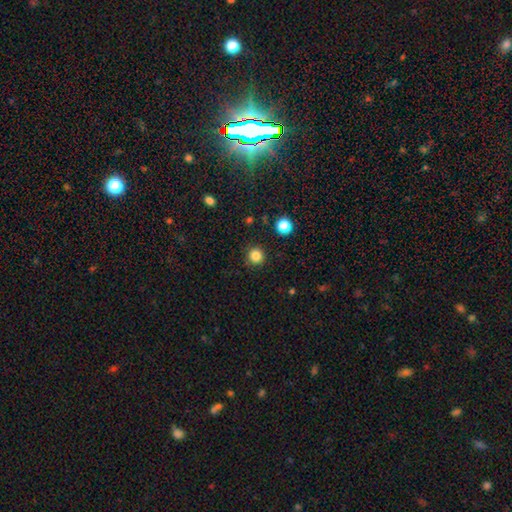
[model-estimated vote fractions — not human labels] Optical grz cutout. It shows a smooth galaxy with no disk features (84%) that is round (94%). Merging: none (92%).